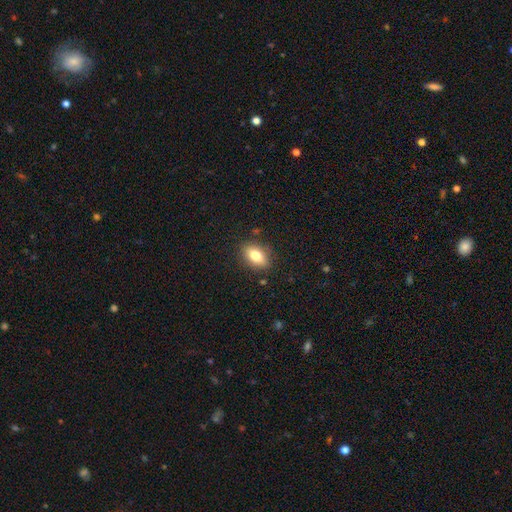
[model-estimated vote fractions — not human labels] Smooth or featured? smooth (78%)
How rounded? in between (85%)
Merging? none (85%)